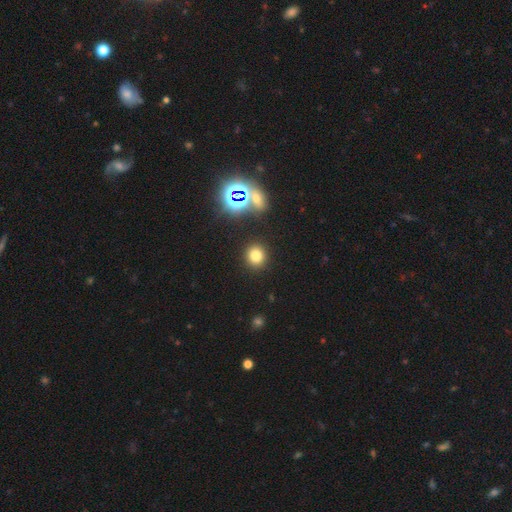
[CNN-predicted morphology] Smooth or featured? Predicted: smooth (p=0.75). How rounded? Predicted: round (p=0.85). Merging? Predicted: none (p=0.88).